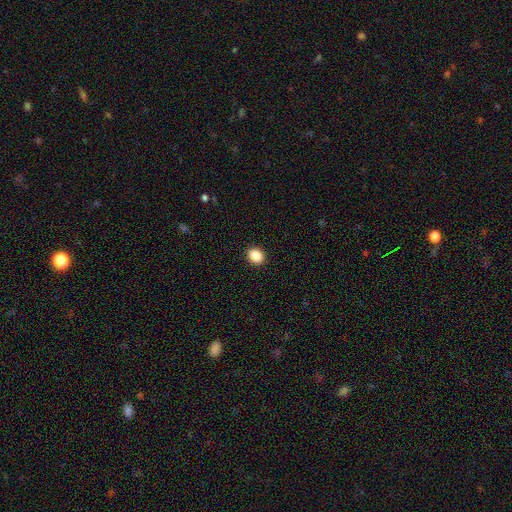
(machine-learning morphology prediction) smooth-or-featured: smooth: 88% | star or artifact: 9% | featured or disk: 3%
  how-rounded: round: 55% | in between: 45% | cigar-shaped: 1%
  merging: none: 91% | minor disturbance: 6% | major disturbance: 2% | merger: 1%